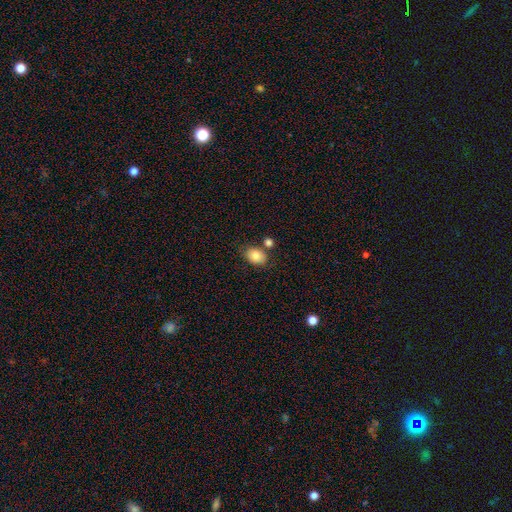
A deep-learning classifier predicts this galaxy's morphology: A smooth galaxy with no disk features (84%) that is in between round and cigar-shaped (75%).

Vote fractions:
- Smooth or featured? smooth: 84% / star or artifact: 8% / featured or disk: 8%
- How rounded? in between: 75% / round: 24% / cigar-shaped: 1%
- Merging? none: 71% / minor disturbance: 13% / merger: 12% / major disturbance: 3%